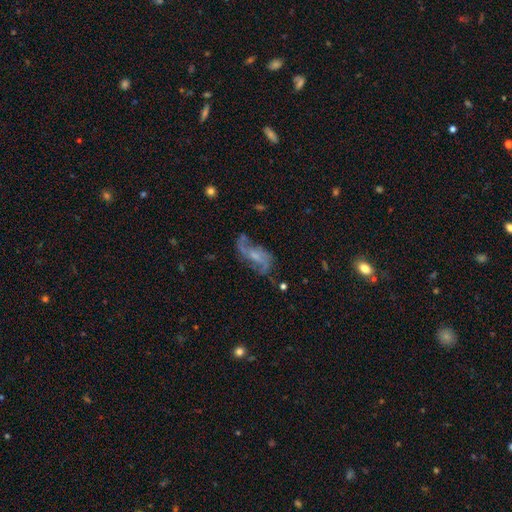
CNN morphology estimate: Smooth or featured?
  - featured or disk: 77% *
  - smooth: 15%
  - star or artifact: 9%
Edge-on disk?
  - no: 95% *
  - yes: 5%
Bar?
  - no: 45% *
  - weak: 42%
  - strong: 13%
Spiral arms?
  - yes: 89% *
  - no: 11%
Spiral winding?
  - loose: 58% *
  - medium: 32%
  - tight: 9%
Spiral arm count?
  - 2: 76% *
  - can't tell: 9%
  - 3: 6%
  - 1: 4%
  - 4: 2%
  - more than 4: 2%
Bulge size?
  - small: 46% *
  - moderate: 30%
  - none: 18%
  - large: 4%
  - dominant: 1%
Merging?
  - none: 55% *
  - minor disturbance: 21%
  - major disturbance: 20%
  - merger: 4%